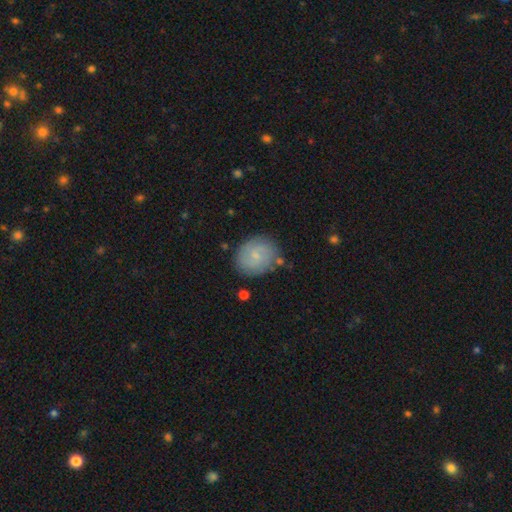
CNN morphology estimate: type=smooth (55%); roundness=round (71%); merging=none (79%).